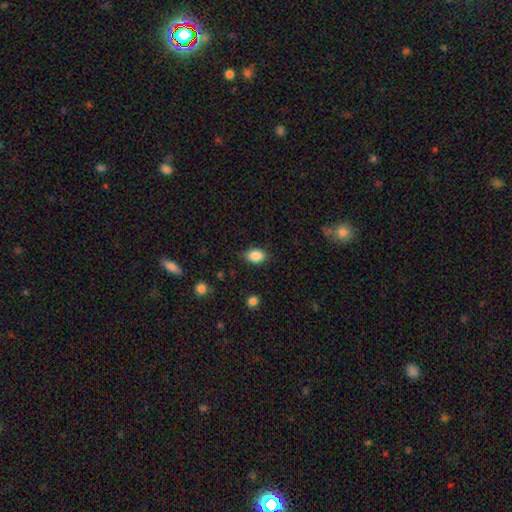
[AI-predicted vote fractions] Q: Smooth or featured?
A: smooth (87%); runner-up: star or artifact (8%)
Q: How rounded?
A: in between (81%); runner-up: round (18%)
Q: Merging?
A: none (82%); runner-up: minor disturbance (14%)